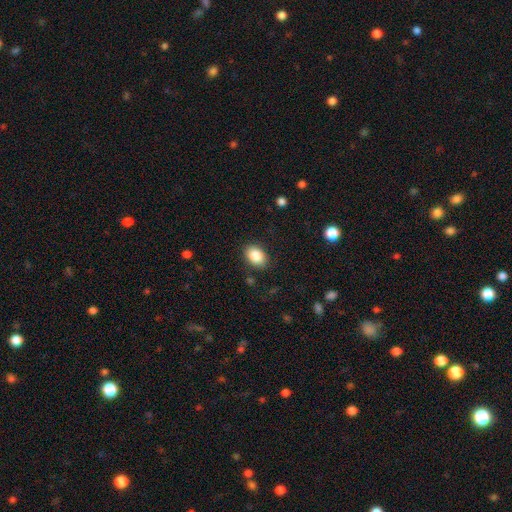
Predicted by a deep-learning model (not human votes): This appears to be a smooth galaxy with no disk features (86%) that is in between round and cigar-shaped (79%). Merging: none (87%).